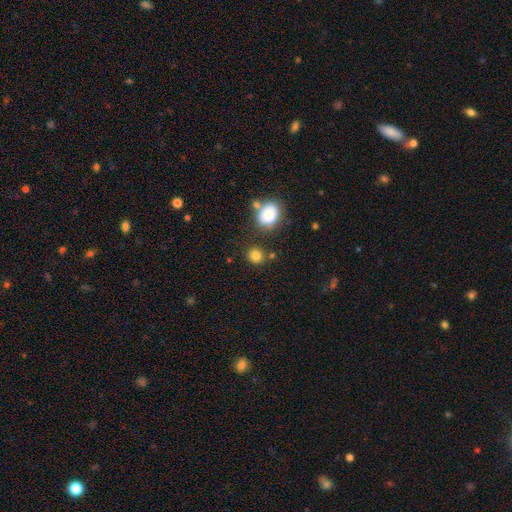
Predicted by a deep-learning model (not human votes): The model was most divided on "how rounded": round: 82%, in between: 17%, cigar-shaped: 1%. More confident: smooth or featured — smooth (83%); merging — none (80%).